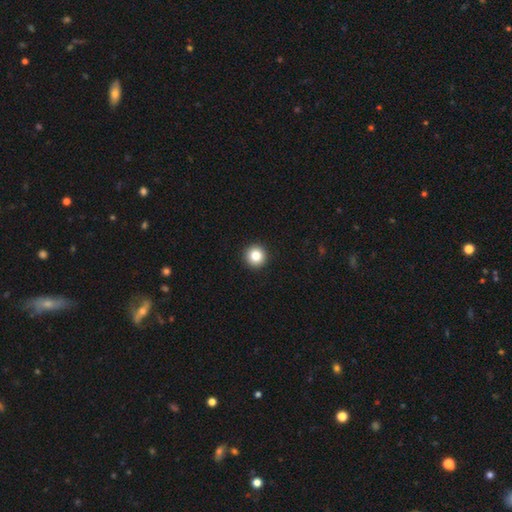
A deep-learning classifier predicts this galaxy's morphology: A smooth galaxy with no disk features (84%) that is round (96%).

Vote fractions:
- Smooth or featured? smooth: 84% / star or artifact: 11% / featured or disk: 6%
- How rounded? round: 96% / in between: 3% / cigar-shaped: 1%
- Merging? none: 94% / minor disturbance: 4% / major disturbance: 1% / merger: 1%